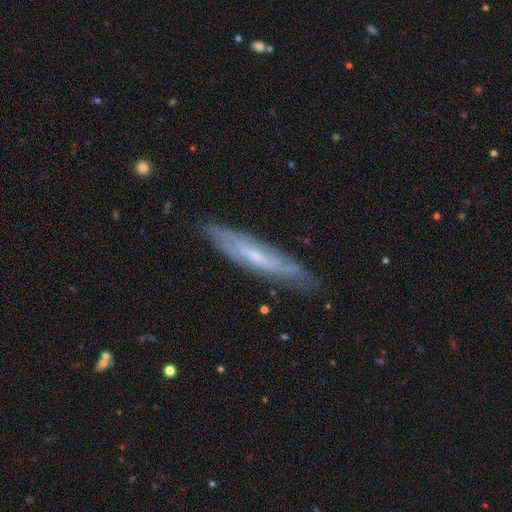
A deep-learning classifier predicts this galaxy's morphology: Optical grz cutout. It shows a featured or disk galaxy (64%) viewed edge-on (57%). Merging: none (79%).